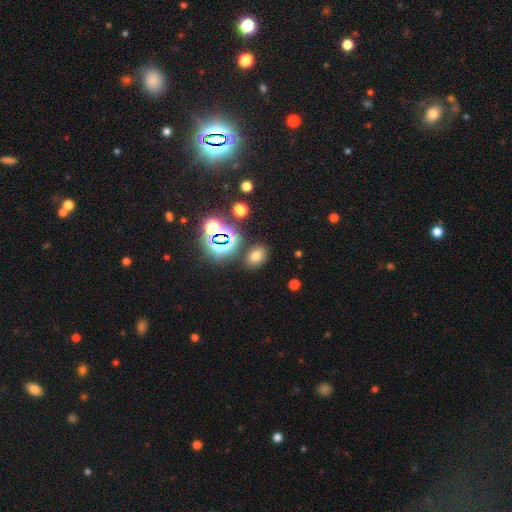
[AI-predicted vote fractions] Smooth or featured: smooth — 64% (star or artifact — 26%)
How rounded: in between — 74% (round — 25%)
Merging: none — 81% (minor disturbance — 10%)